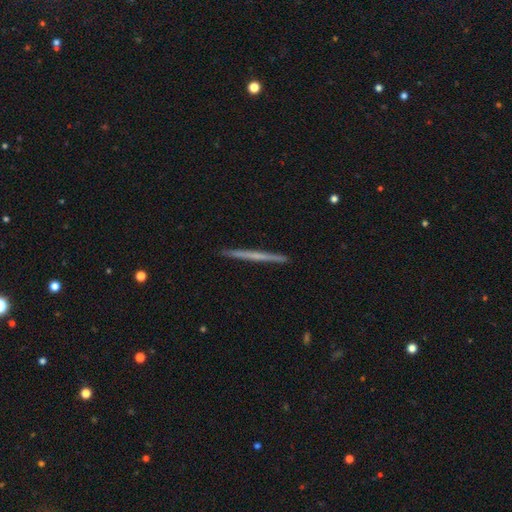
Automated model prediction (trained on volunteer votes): featured or disk 56%, smooth 39%, star or artifact 5%. Down the decision tree: edge-on disk — yes (98%); edge-on bulge — none (85%); merging — none (93%).